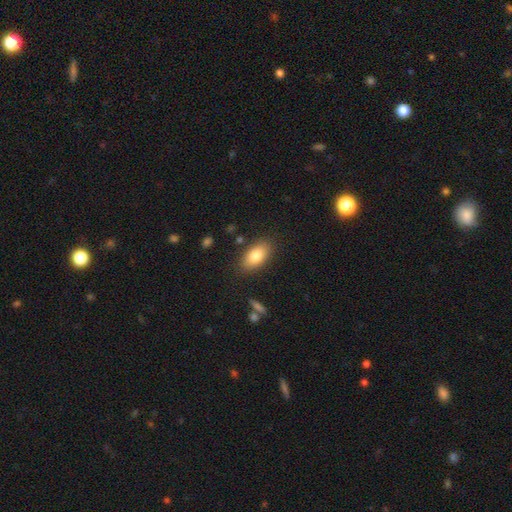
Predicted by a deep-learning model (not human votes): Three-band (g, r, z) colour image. It shows a smooth galaxy with no disk features (82%) that is in between round and cigar-shaped (91%). Merging: none (84%).